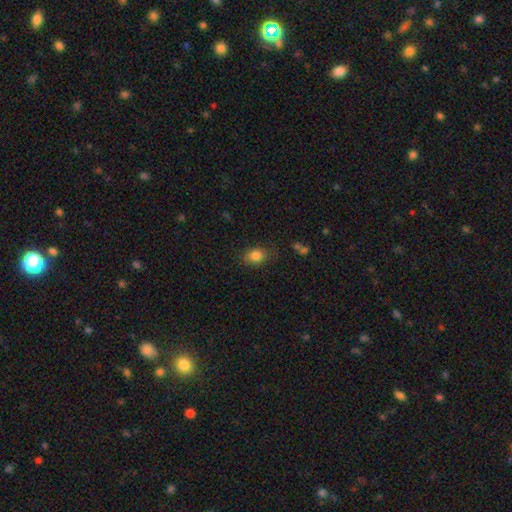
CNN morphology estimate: smooth 83%, star or artifact 10%, featured or disk 7%. Down the decision tree: how rounded — in between (70%); merging — none (79%).